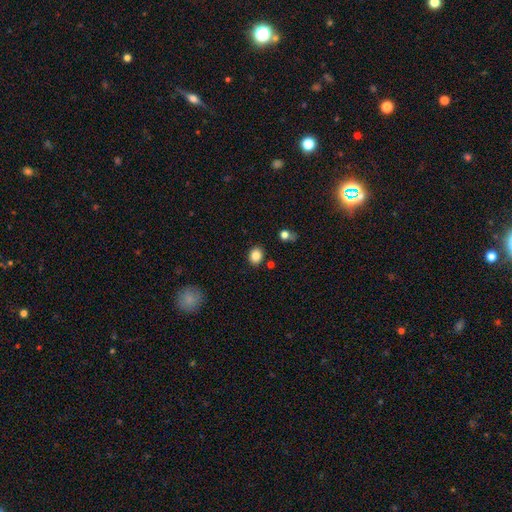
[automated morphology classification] smooth 84%, star or artifact 10%, featured or disk 6%. Down the decision tree: how rounded — round (56%); merging — none (85%).